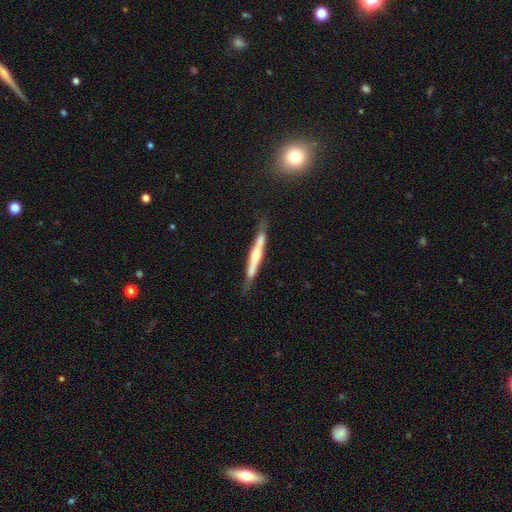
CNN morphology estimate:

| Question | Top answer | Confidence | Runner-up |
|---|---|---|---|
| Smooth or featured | featured or disk | 61% | smooth (33%) |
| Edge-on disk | yes | 93% | no (7%) |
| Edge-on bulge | rounded | 42% | boxy (32%) |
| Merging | none | 69% | minor disturbance (20%) |